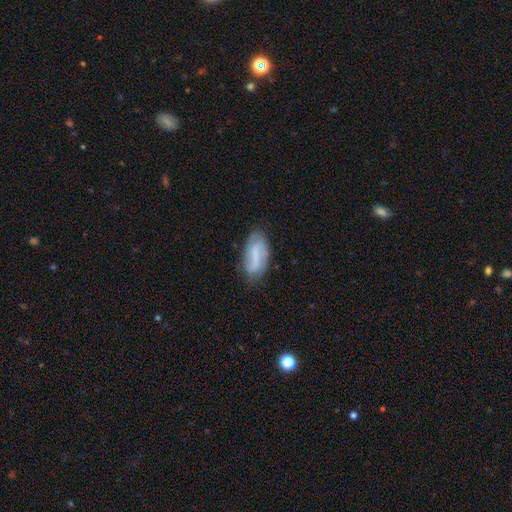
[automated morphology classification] Smooth or featured? Predicted: featured or disk (p=0.48). Merging? Predicted: none (p=0.68).